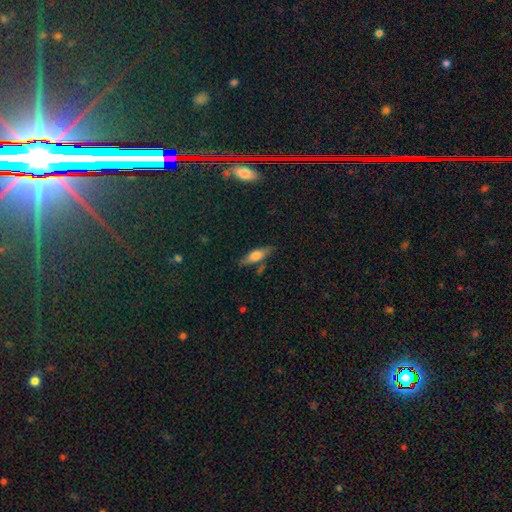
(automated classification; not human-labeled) Smooth or featured?
  - smooth: 58% *
  - featured or disk: 34%
  - star or artifact: 8%
How rounded?
  - in between: 53% *
  - cigar-shaped: 44%
  - round: 3%
Merging?
  - none: 76% *
  - minor disturbance: 15%
  - merger: 6%
  - major disturbance: 4%